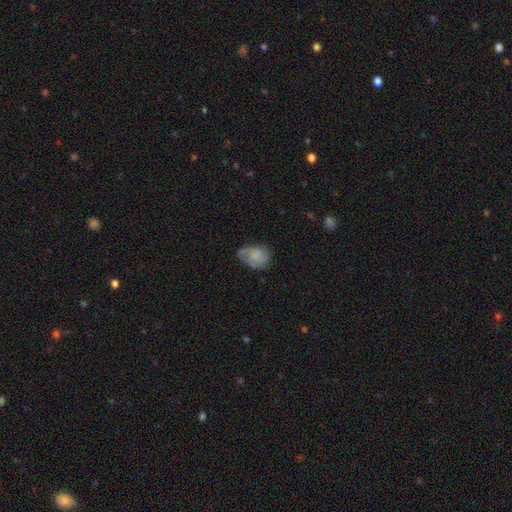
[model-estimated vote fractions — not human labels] featured or disk 54%, smooth 37%, star or artifact 9%. Down the decision tree: edge-on disk — no (98%); bar — no (74%); spiral arms — yes (81%); bulge size — none (57%); merging — none (57%).